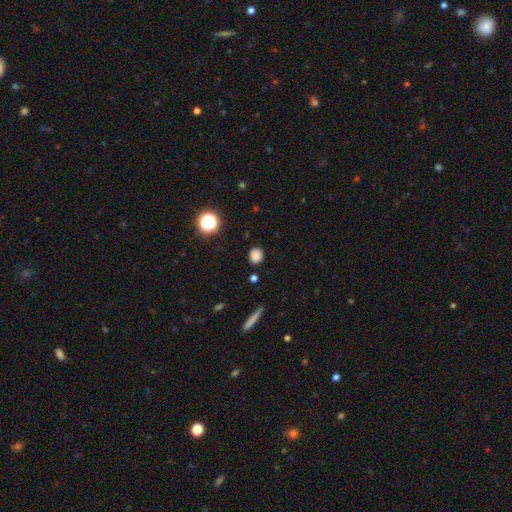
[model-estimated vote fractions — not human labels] A smooth galaxy with no disk features (81%) that is round (73%). Merging: none (85%).